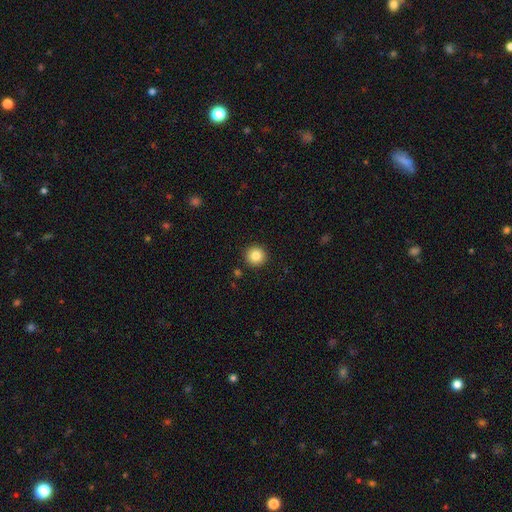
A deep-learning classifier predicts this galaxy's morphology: Smooth or featured? smooth (86%)
How rounded? round (95%)
Merging? none (92%)